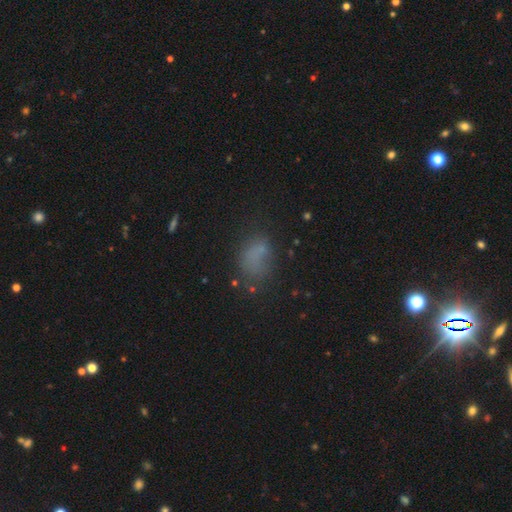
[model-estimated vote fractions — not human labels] Smooth or featured? Predicted: smooth (p=0.65). How rounded? Predicted: in between (p=0.77). Merging? Predicted: none (p=0.51).